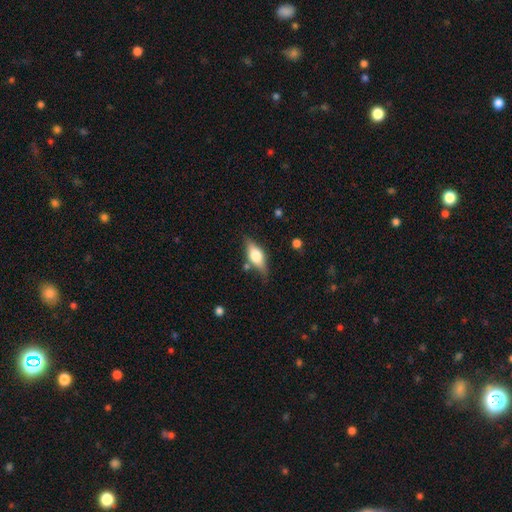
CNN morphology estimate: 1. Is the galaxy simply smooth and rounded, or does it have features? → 48% smooth, 45% featured or disk, 7% star or artifact.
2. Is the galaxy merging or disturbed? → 73% none, 18% minor disturbance, 5% major disturbance, 4% merger.